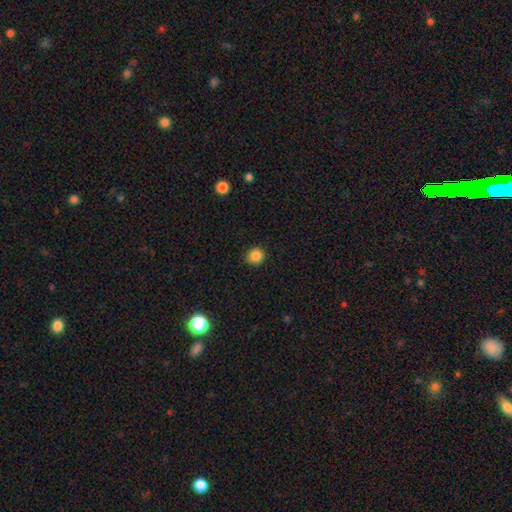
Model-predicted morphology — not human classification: smooth_or_featured: smooth (p=0.86) [alt: star or artifact p=0.11]
how_rounded: round (p=0.90) [alt: in between p=0.09]
merging: none (p=0.90) [alt: minor disturbance p=0.07]